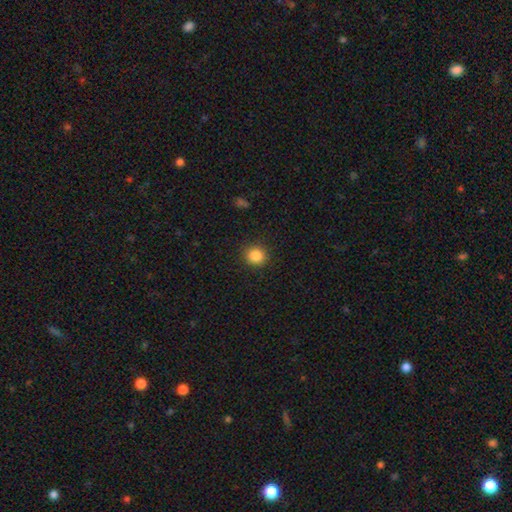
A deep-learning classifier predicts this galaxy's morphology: smooth_or_featured: smooth (p=0.86) [alt: star or artifact p=0.10]
how_rounded: round (p=0.89) [alt: in between p=0.10]
merging: none (p=0.90) [alt: minor disturbance p=0.06]